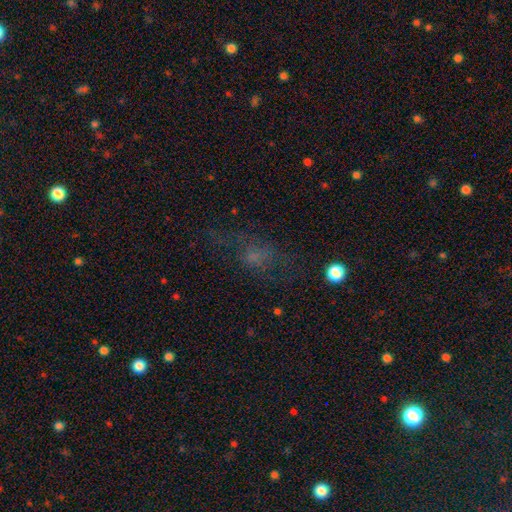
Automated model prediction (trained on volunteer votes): smooth-or-featured: smooth: 45% | featured or disk: 29% | star or artifact: 26%
  merging: none: 48% | major disturbance: 29% | minor disturbance: 20% | merger: 3%